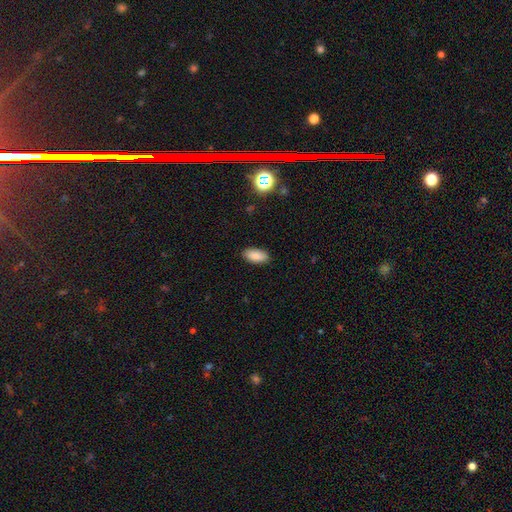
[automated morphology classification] Smooth or featured?
  - smooth: 86% *
  - star or artifact: 8%
  - featured or disk: 6%
How rounded?
  - in between: 91% *
  - cigar-shaped: 6%
  - round: 2%
Merging?
  - none: 87% *
  - minor disturbance: 9%
  - major disturbance: 2%
  - merger: 1%